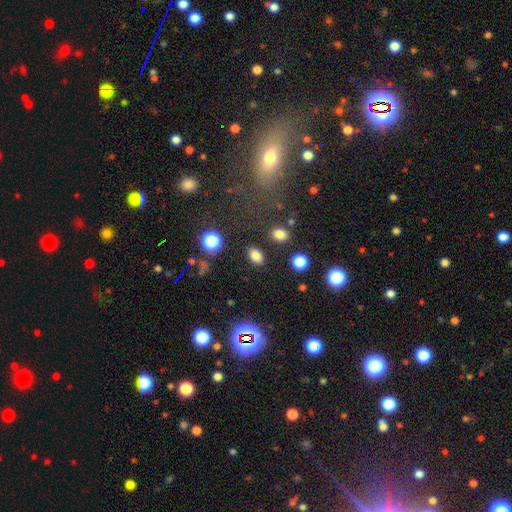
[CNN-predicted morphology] A smooth galaxy with no disk features (82%) that is in between round and cigar-shaped (84%). Merging: none (85%).